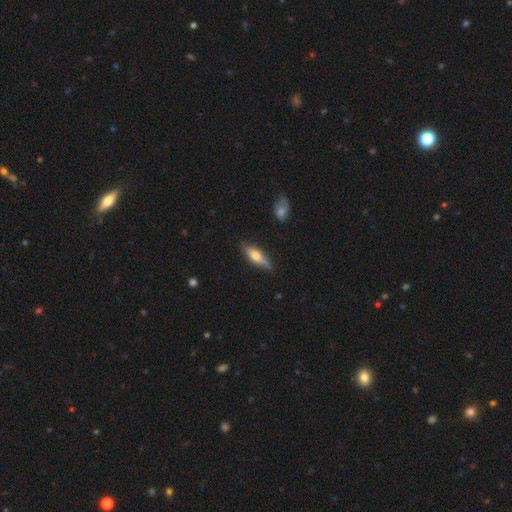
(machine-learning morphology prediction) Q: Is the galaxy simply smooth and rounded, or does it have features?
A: smooth — 57%.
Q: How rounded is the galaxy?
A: cigar-shaped — 55%.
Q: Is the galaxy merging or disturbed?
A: none — 78%.